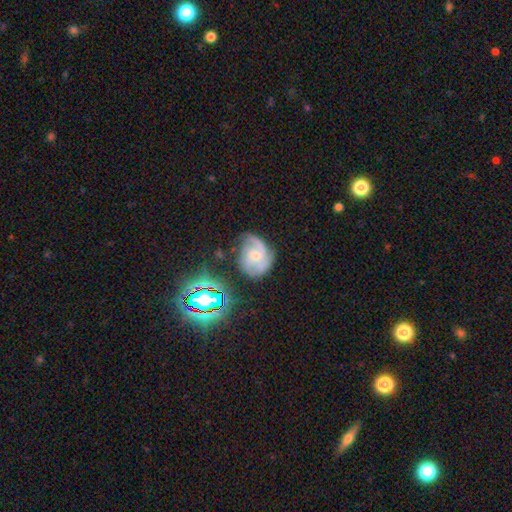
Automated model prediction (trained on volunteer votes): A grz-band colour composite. It shows a featured or disk galaxy (81%) with no bar (54%), 2 (48%) medium (48%) spiral arms (96%) and a small central bulge (53%). Merging: none (61%).